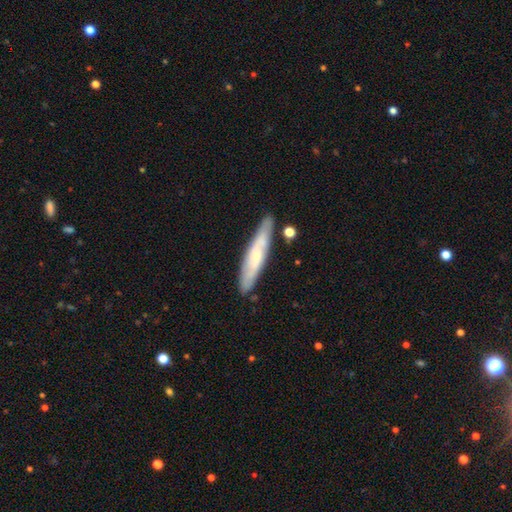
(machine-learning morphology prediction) type=featured or disk (49%); merging=none (81%).